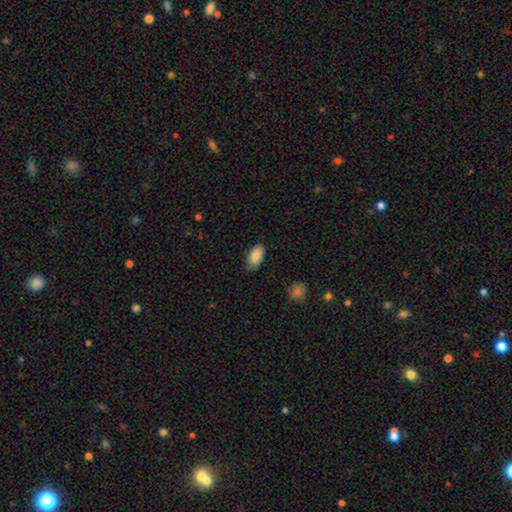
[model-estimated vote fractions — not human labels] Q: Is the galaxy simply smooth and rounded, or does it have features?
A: smooth — 88%.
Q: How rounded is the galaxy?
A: in between — 94%.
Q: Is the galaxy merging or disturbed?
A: none — 73%.